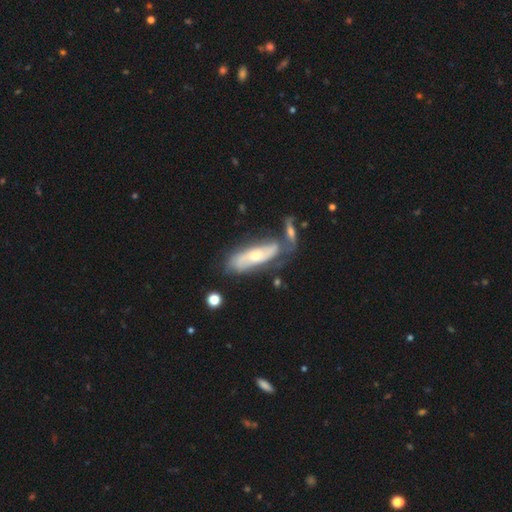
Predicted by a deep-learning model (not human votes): smooth-or-featured: featured or disk: 64% | smooth: 30% | star or artifact: 6%
  disk-edge-on: no: 76% | yes: 24%
  merging: none: 48% | merger: 25% | minor disturbance: 19% | major disturbance: 8%